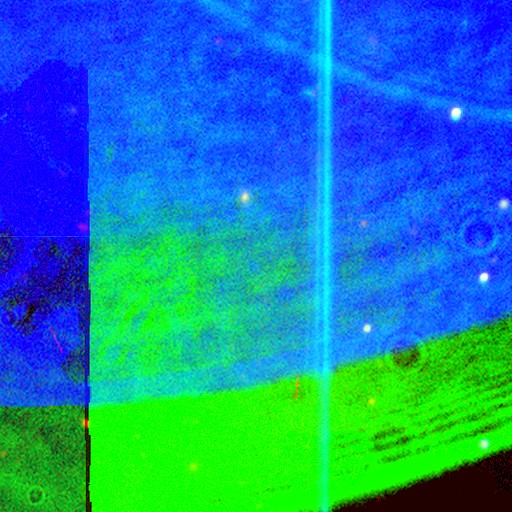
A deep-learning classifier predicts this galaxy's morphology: smooth-or-featured: star or artifact: 89% | featured or disk: 6% | smooth: 5%